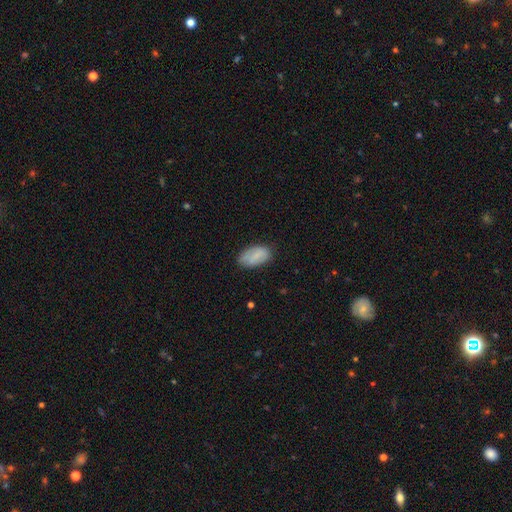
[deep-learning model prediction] A smooth galaxy with no disk features (80%) that is in between round and cigar-shaped (94%). Merging: none (74%).